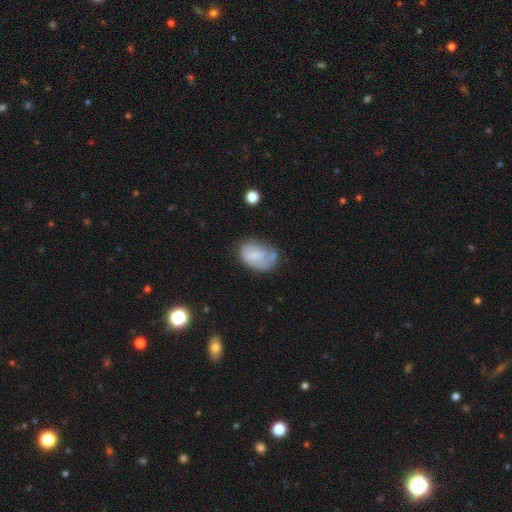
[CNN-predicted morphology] The model was most divided on "merging": none: 39%, minor disturbance: 35%, major disturbance: 19%, merger: 7%. More confident: how rounded — in between (86%); smooth or featured — smooth (56%).